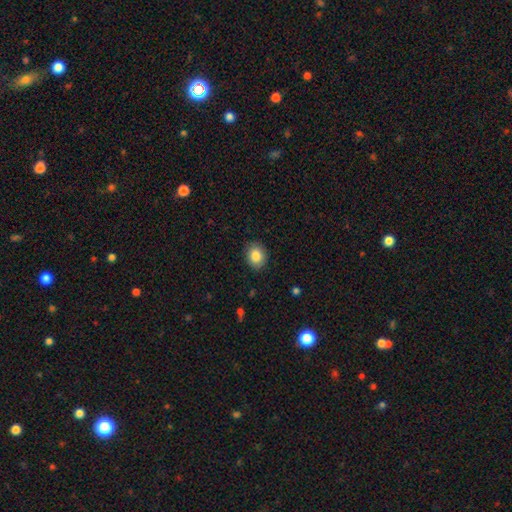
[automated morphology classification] smooth_or_featured: smooth (p=0.86) [alt: star or artifact p=0.08]
how_rounded: round (p=0.52) [alt: in between p=0.47]
merging: none (p=0.87) [alt: minor disturbance p=0.09]